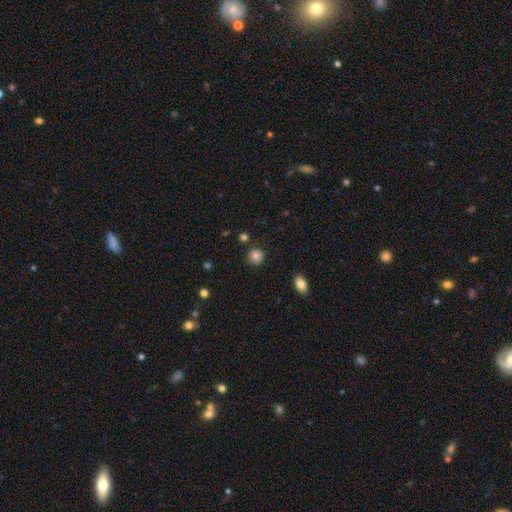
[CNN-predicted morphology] smooth-or-featured: smooth: 83% | star or artifact: 11% | featured or disk: 6%
  how-rounded: round: 90% | in between: 9% | cigar-shaped: 1%
  merging: none: 86% | minor disturbance: 9% | merger: 2% | major disturbance: 2%